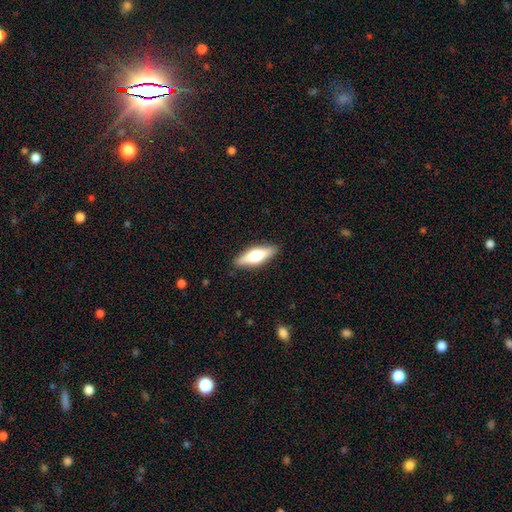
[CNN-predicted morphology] Smooth or featured? Predicted: smooth (p=0.52). How rounded? Predicted: cigar-shaped (p=0.51). Merging? Predicted: none (p=0.88).